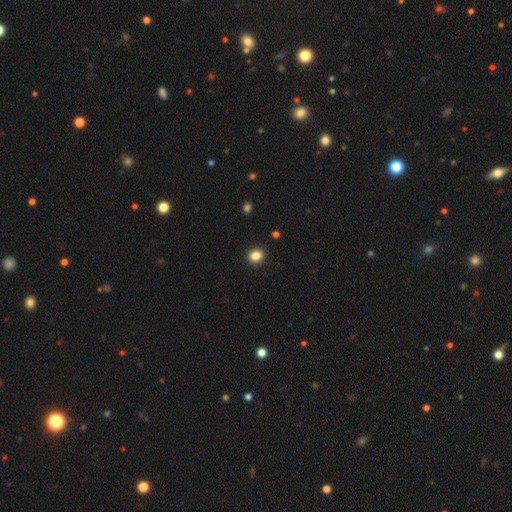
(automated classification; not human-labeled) Overall: smooth (85%). How rounded: round (67%; in between 32%). Merging: none (92%).